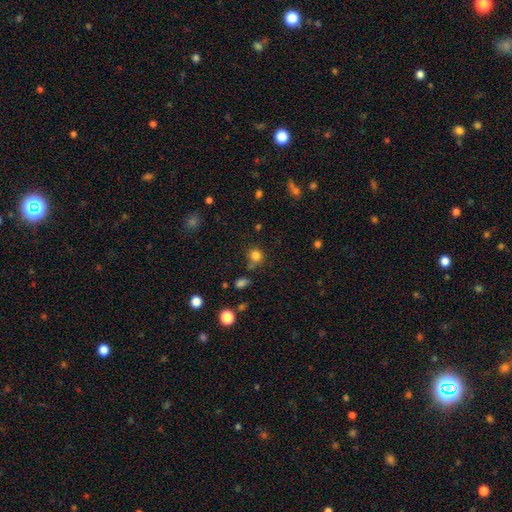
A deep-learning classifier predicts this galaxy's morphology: A smooth galaxy with no disk features (81%) that is round (83%).

Vote fractions:
- Smooth or featured? smooth: 81% / star or artifact: 14% / featured or disk: 5%
- How rounded? round: 83% / in between: 16% / cigar-shaped: 1%
- Merging? none: 67% / minor disturbance: 17% / merger: 10% / major disturbance: 6%